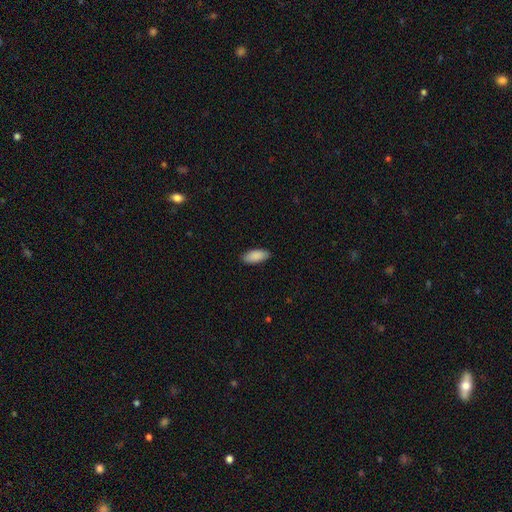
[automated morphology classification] A smooth galaxy with no disk features (91%) that is in between round and cigar-shaped (87%). Merging: none (89%).